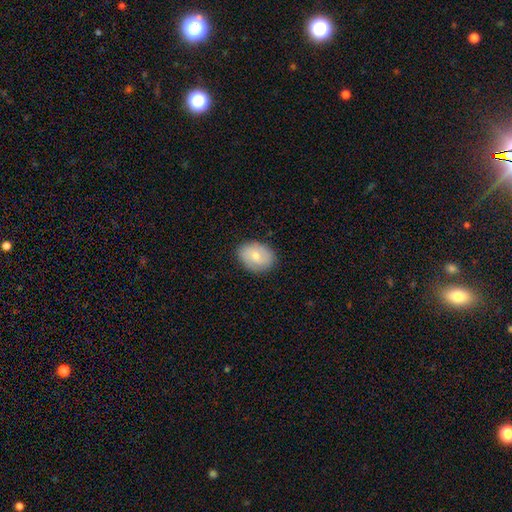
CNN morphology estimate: Q: Smooth or featured?
A: smooth (67%); runner-up: featured or disk (26%)
Q: How rounded?
A: in between (65%); runner-up: round (34%)
Q: Merging?
A: none (85%); runner-up: minor disturbance (12%)